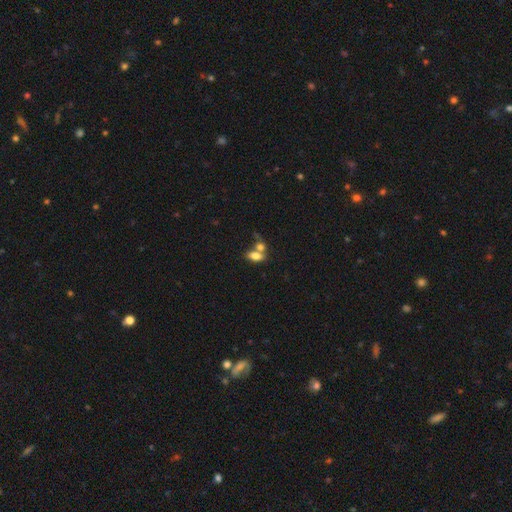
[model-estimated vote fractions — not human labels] The model was most divided on "merging": merger: 52%, none: 34%, minor disturbance: 9%, major disturbance: 5%. More confident: how rounded — in between (86%); smooth or featured — smooth (74%).